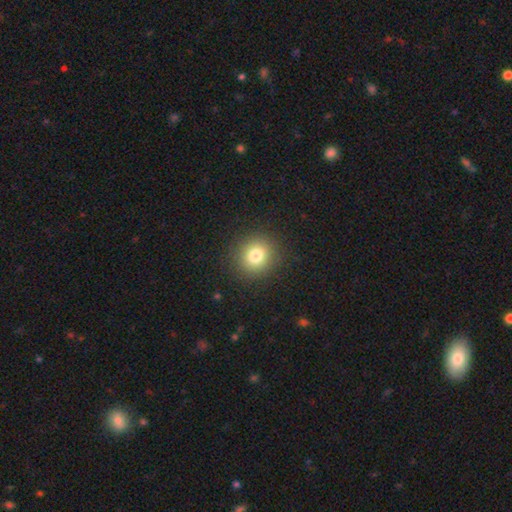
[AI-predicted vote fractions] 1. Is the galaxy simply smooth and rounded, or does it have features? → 79% smooth, 13% star or artifact, 8% featured or disk.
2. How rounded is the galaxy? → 88% round, 11% in between, 1% cigar-shaped.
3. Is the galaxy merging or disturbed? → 90% none, 6% minor disturbance, 3% major disturbance, 1% merger.